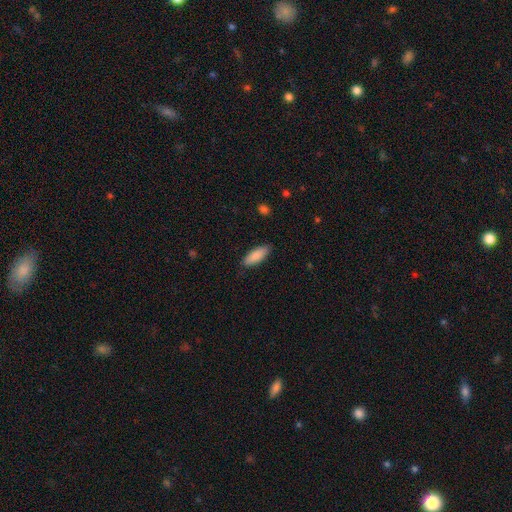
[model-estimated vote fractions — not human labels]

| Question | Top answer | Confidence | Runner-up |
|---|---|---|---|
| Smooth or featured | smooth | 87% | featured or disk (7%) |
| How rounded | in between | 64% | cigar-shaped (34%) |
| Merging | none | 86% | minor disturbance (11%) |